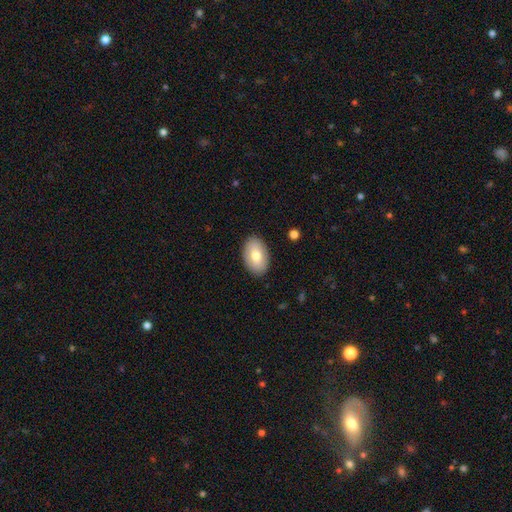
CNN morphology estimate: Smooth or featured? Predicted: smooth (p=0.75). How rounded? Predicted: in between (p=0.91). Merging? Predicted: none (p=0.88).